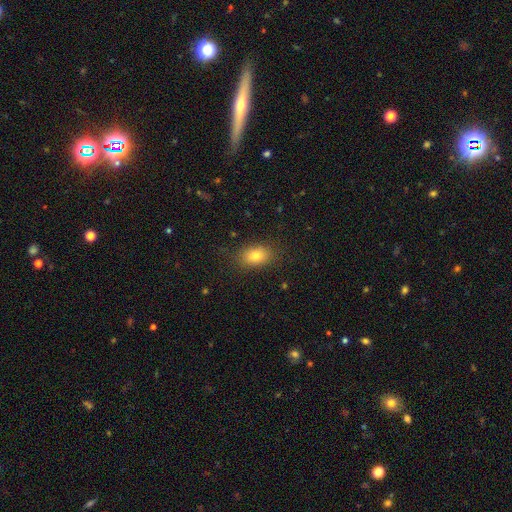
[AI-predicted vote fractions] Morphology: type=smooth (81%); roundness=in between (84%); merging=none (84%).